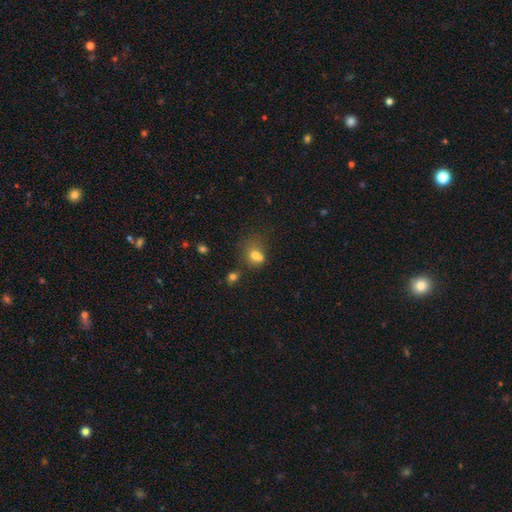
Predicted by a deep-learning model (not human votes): Morphology: type=smooth (69%); roundness=round (62%); merging=merger (48%).